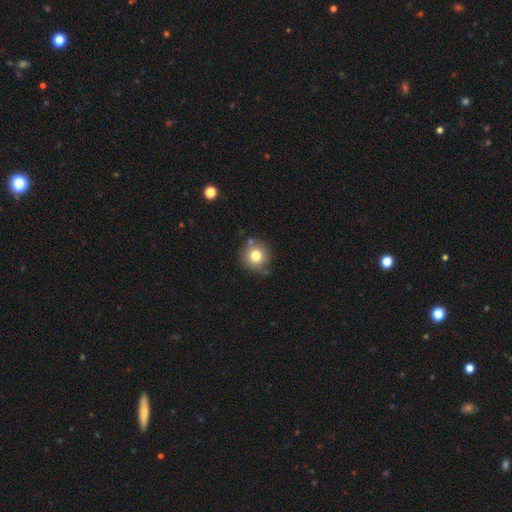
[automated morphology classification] smooth_or_featured: smooth (p=0.77) [alt: star or artifact p=0.11]
how_rounded: round (p=0.93) [alt: in between p=0.06]
merging: none (p=0.73) [alt: minor disturbance p=0.15]